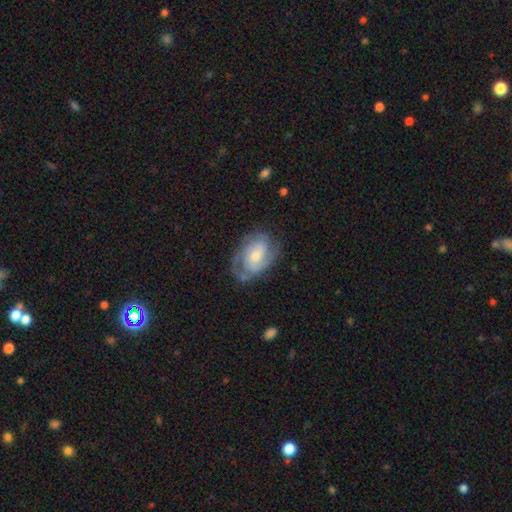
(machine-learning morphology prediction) This is likely a featured or disk galaxy (73%). It is clearly not viewed edge-on (97%). Bar: possibly no (59%). Spiral arm pattern: clearly yes (90%). Spiral arm count: possibly 2 (54%). Spiral winding: possibly tight (48%). Central bulge: possibly small (47%). Merging: likely none (63%).